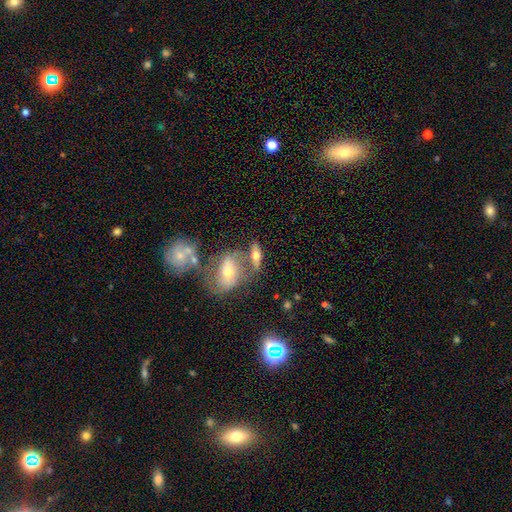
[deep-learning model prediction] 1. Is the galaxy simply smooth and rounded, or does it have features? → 46% smooth, 44% featured or disk, 10% star or artifact.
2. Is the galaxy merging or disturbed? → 44% none, 34% merger, 14% minor disturbance, 8% major disturbance.